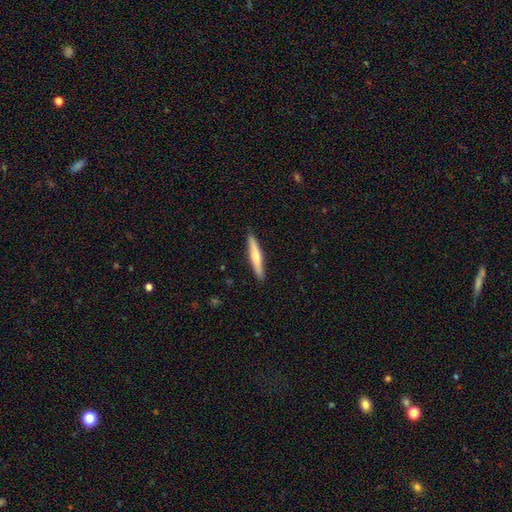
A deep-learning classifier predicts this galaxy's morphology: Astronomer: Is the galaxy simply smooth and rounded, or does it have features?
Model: smooth — 56% (runner-up: featured or disk, 38%).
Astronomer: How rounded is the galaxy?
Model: cigar-shaped — 92%.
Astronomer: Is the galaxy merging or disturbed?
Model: none — 90%.